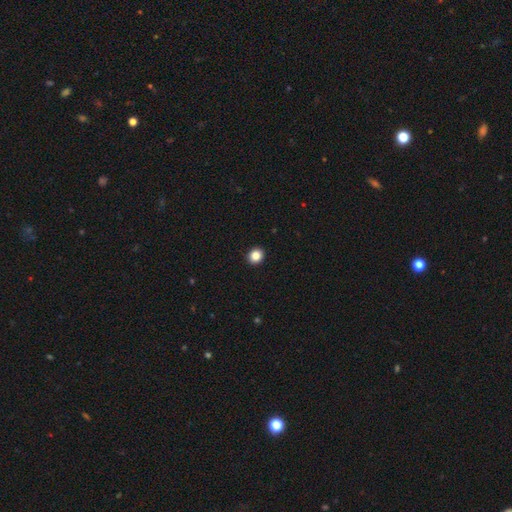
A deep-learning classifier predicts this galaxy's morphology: Q: Smooth or featured?
A: smooth (85%); runner-up: star or artifact (11%)
Q: How rounded?
A: round (79%); runner-up: in between (21%)
Q: Merging?
A: none (93%); runner-up: minor disturbance (4%)